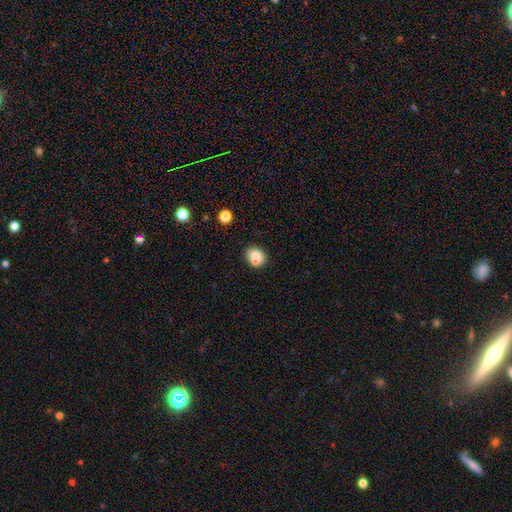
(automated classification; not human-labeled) This is likely a smooth galaxy (76%). How rounded: possibly round (58%). Merging: possibly none (55%).